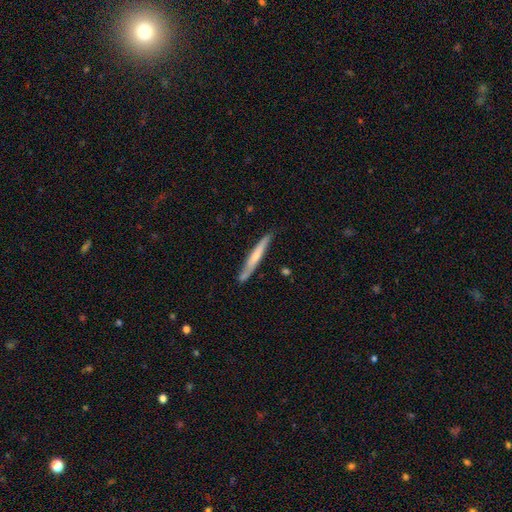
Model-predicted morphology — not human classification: smooth_or_featured: smooth (p=0.53) [alt: featured or disk p=0.42]
how_rounded: cigar-shaped (p=0.96) [alt: in between p=0.03]
merging: none (p=0.81) [alt: minor disturbance p=0.14]